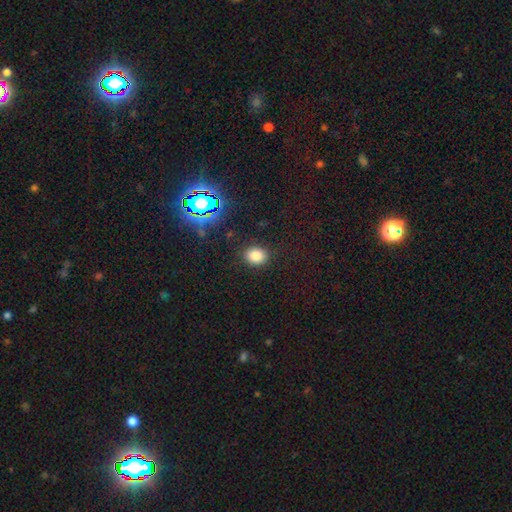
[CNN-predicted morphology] A smooth galaxy with no disk features (80%) that is round (54%). Merging: none (87%).